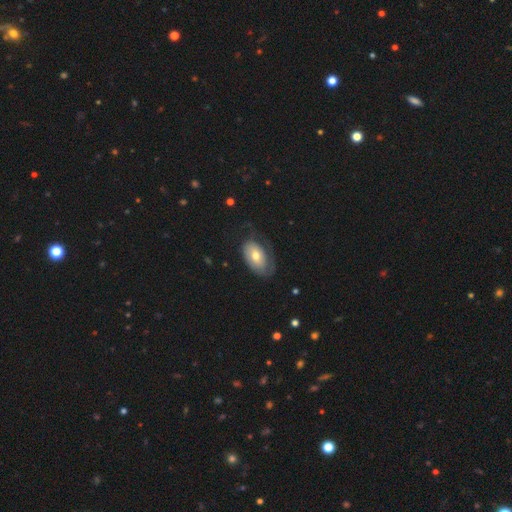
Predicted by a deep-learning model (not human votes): A smooth galaxy with no disk features (50%).

Vote fractions:
- Smooth or featured? smooth: 50% / featured or disk: 44% / star or artifact: 6%
- Merging? none: 48% / minor disturbance: 26% / major disturbance: 25% / merger: 2%